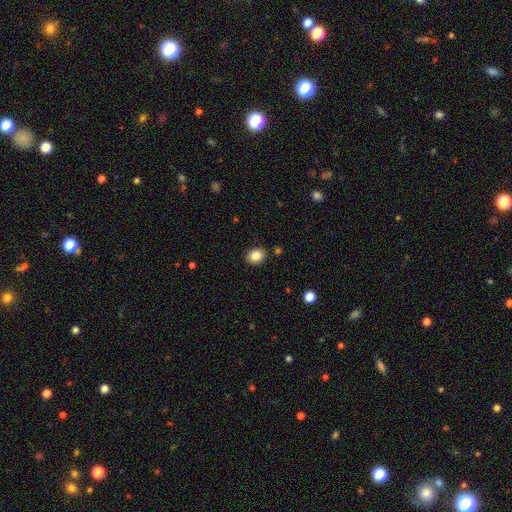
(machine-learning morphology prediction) smooth 85%, star or artifact 9%, featured or disk 5%. Down the decision tree: how rounded — round (53%); merging — none (88%).